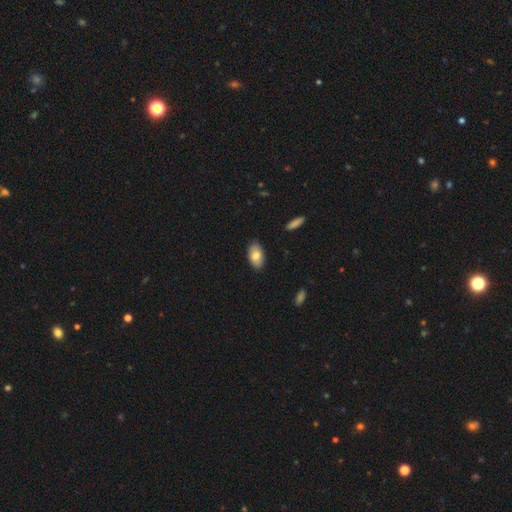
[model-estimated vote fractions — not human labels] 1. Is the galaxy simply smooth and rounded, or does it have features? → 77% smooth, 16% featured or disk, 6% star or artifact.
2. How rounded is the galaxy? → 94% in between, 4% round, 2% cigar-shaped.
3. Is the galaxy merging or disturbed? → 86% none, 11% minor disturbance, 2% major disturbance, 1% merger.